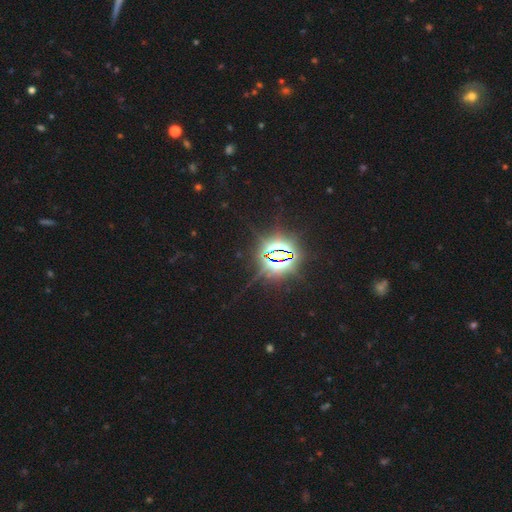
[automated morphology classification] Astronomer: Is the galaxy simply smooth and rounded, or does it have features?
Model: star or artifact — 84%.